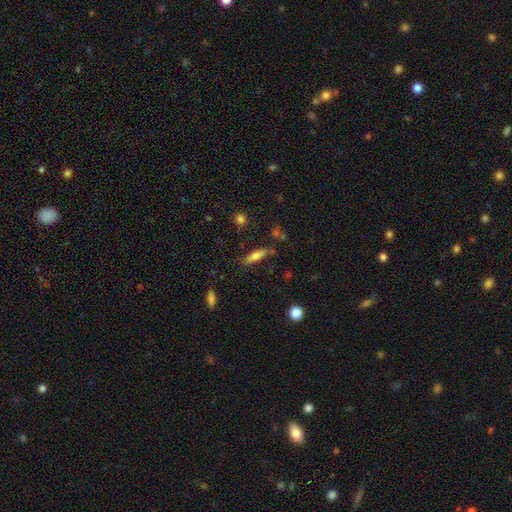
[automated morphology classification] type=smooth (66%); roundness=cigar-shaped (60%); merging=none (75%).